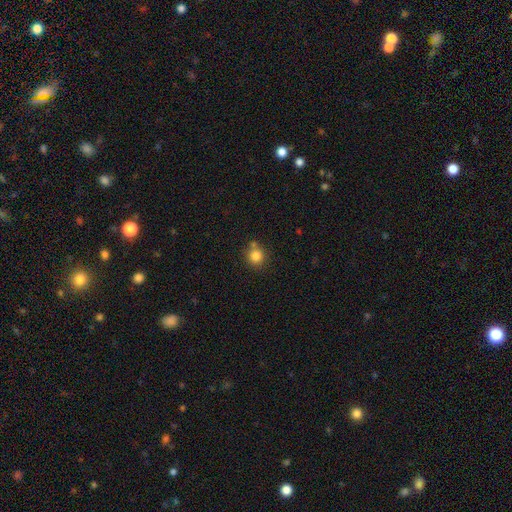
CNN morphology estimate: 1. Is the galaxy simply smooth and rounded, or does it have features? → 83% smooth, 11% star or artifact, 6% featured or disk.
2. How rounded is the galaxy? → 89% round, 10% in between, 1% cigar-shaped.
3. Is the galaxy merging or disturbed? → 71% none, 15% merger, 11% minor disturbance, 3% major disturbance.